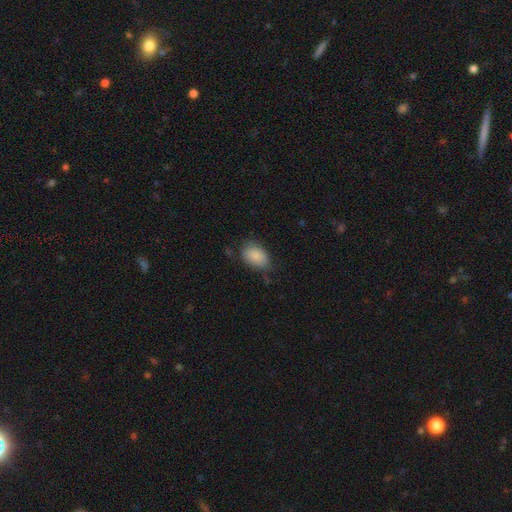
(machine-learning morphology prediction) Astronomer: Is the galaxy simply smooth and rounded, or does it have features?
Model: smooth — 87%.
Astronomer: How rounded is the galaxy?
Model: in between — 85%.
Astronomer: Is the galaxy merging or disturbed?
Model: none — 71%.